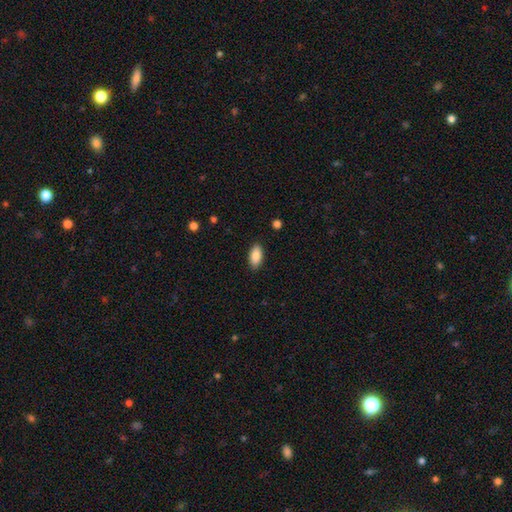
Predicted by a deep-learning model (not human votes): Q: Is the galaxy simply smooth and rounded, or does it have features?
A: smooth — 87%.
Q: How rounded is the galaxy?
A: in between — 93%.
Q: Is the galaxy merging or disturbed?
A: none — 88%.